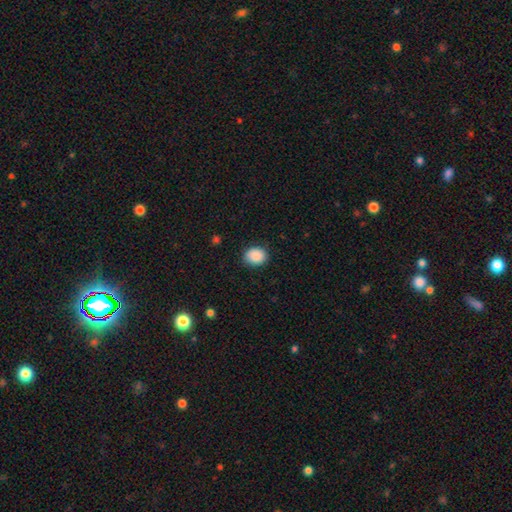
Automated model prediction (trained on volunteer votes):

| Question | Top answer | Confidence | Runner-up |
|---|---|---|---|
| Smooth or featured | smooth | 89% | star or artifact (8%) |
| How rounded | round | 53% | in between (46%) |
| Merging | none | 86% | minor disturbance (11%) |